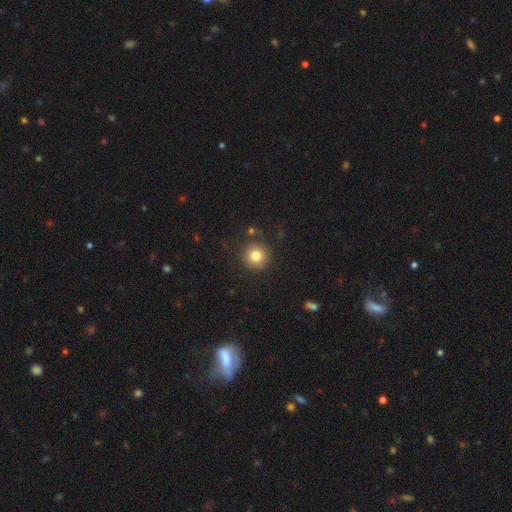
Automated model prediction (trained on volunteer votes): smooth 82%, star or artifact 11%, featured or disk 7%. Down the decision tree: how rounded — round (93%); merging — none (85%).